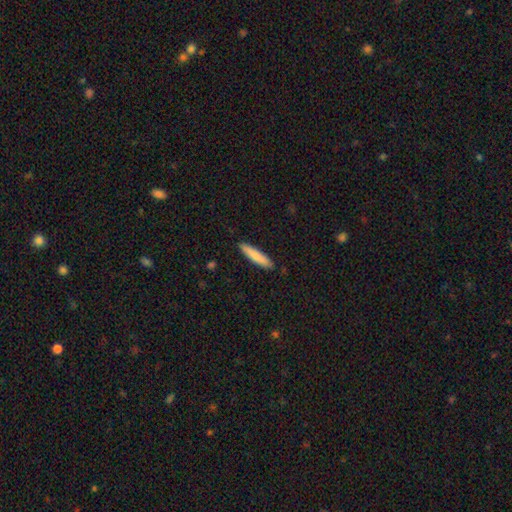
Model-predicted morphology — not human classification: Overall: smooth (80%). How rounded: cigar-shaped (87%). Merging: none (89%).